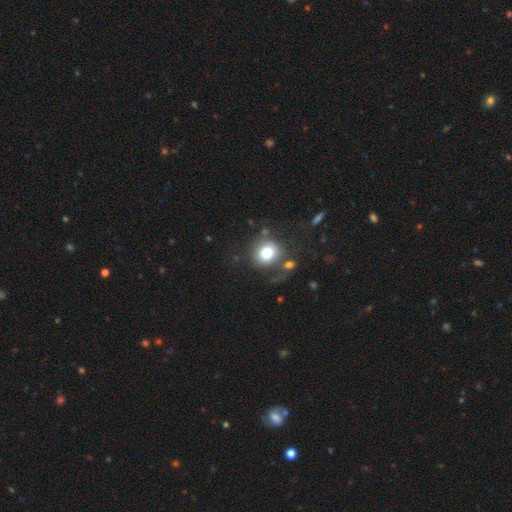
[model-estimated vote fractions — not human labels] Smooth or featured? Predicted: smooth (p=0.51). How rounded? Predicted: round (p=0.86). Merging? Predicted: none (p=0.71).